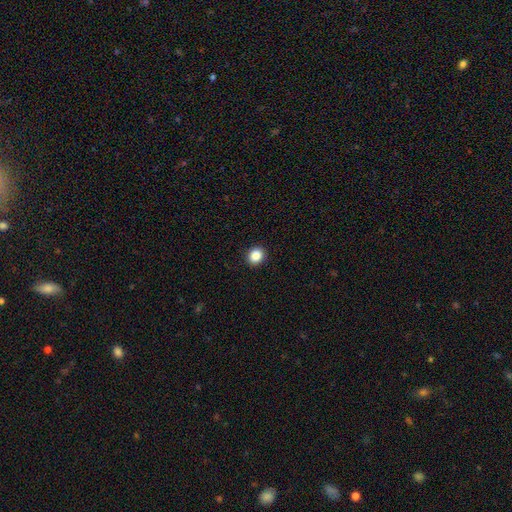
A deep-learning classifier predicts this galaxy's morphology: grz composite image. It shows a smooth galaxy with no disk features (87%) that is round (74%). Merging: none (92%).